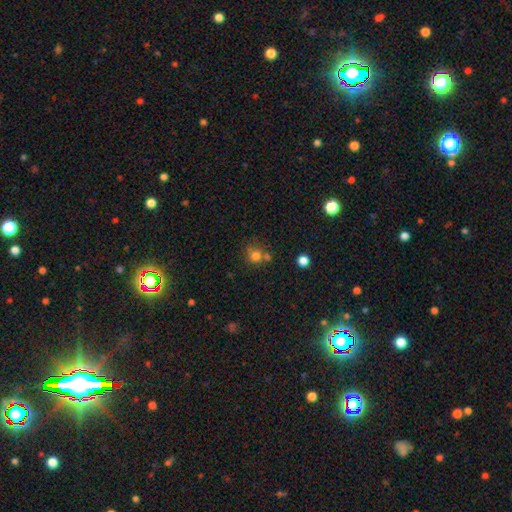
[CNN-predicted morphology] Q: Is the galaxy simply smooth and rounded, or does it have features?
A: smooth — 75%.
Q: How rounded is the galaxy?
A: round — 84%.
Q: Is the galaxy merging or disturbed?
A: none — 54%.